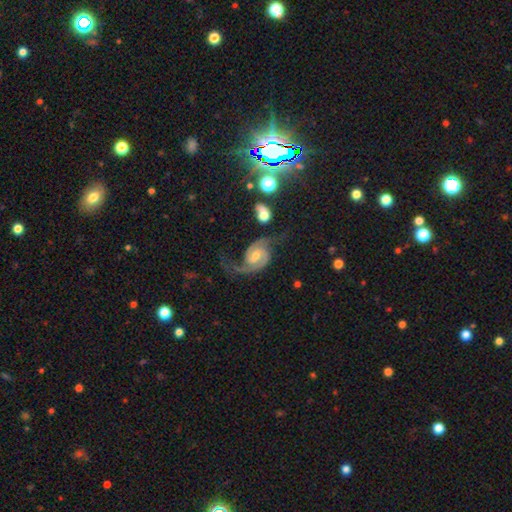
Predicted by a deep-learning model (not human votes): This appears to be a featured or disk galaxy (90%) with a weak bar (48%), 2 (92%) medium (50%) spiral arms (98%) and a moderate central bulge (53%). Merging: none (58%).